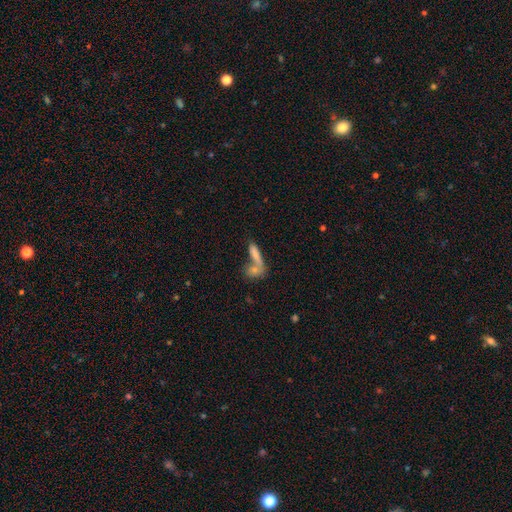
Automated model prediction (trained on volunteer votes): Morphology: type=smooth (76%); roundness=cigar-shaped (53%); merging=merger (50%).